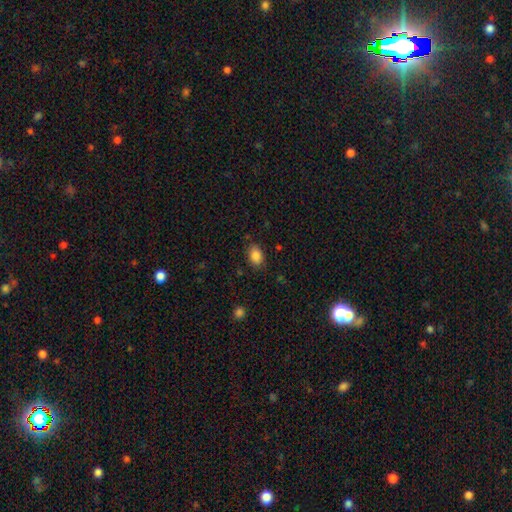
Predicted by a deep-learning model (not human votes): Smooth or featured? Predicted: smooth (p=0.86). How rounded? Predicted: in between (p=0.83). Merging? Predicted: none (p=0.82).